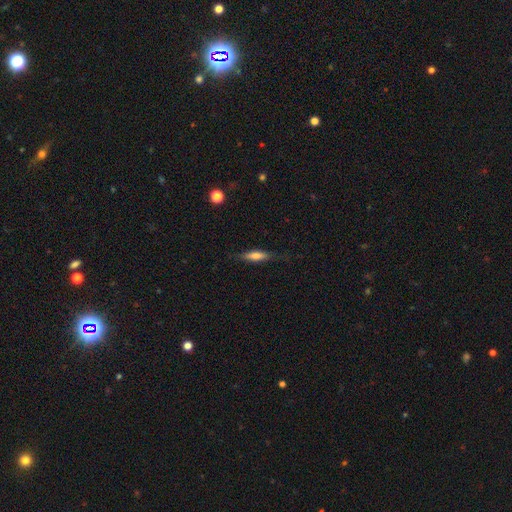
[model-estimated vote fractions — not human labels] Smooth or featured? Predicted: smooth (p=0.59). How rounded? Predicted: cigar-shaped (p=0.74). Merging? Predicted: none (p=0.78).